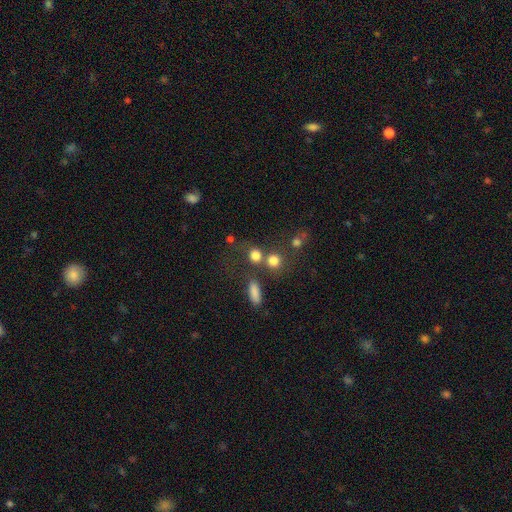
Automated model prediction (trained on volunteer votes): Smooth or featured? Predicted: smooth (p=0.79). How rounded? Predicted: round (p=0.80). Merging? Predicted: none (p=0.54).